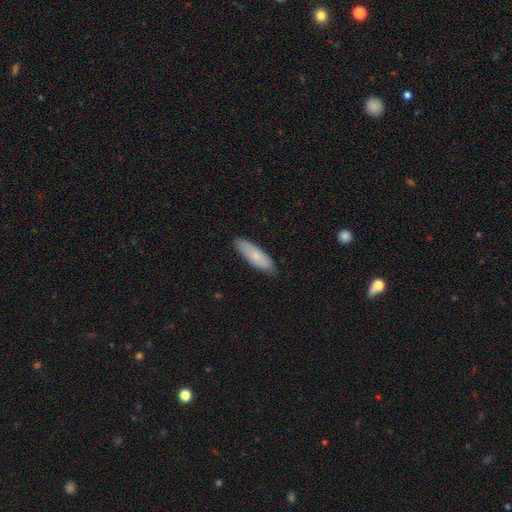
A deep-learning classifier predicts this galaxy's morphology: Q: Smooth or featured?
A: smooth (76%); runner-up: featured or disk (18%)
Q: How rounded?
A: cigar-shaped (52%); runner-up: in between (46%)
Q: Merging?
A: none (85%); runner-up: minor disturbance (12%)